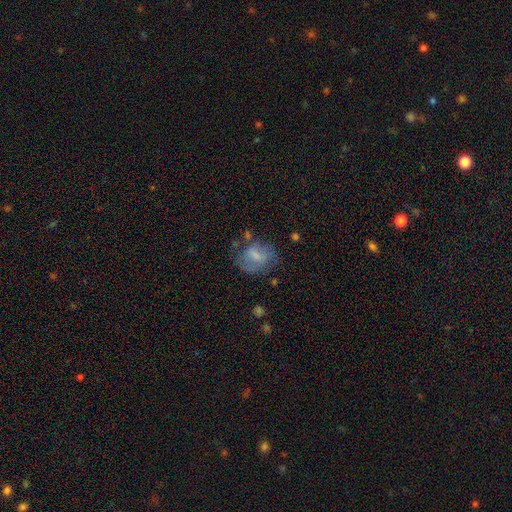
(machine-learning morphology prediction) This appears to be a smooth galaxy with no disk features (55%) that is in between round and cigar-shaped (60%). Merging: none (46%).